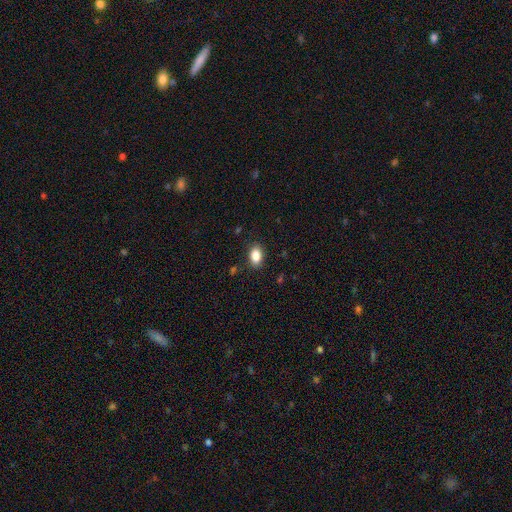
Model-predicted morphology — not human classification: Smooth or featured? Predicted: smooth (p=0.87). How rounded? Predicted: in between (p=0.88). Merging? Predicted: none (p=0.86).